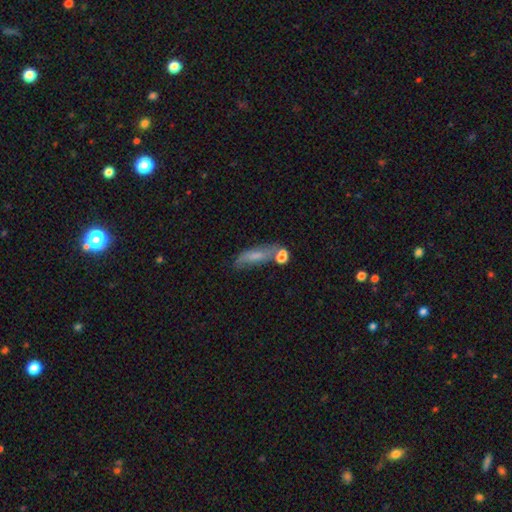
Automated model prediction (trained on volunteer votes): A smooth galaxy with no disk features (58%) that is in between round and cigar-shaped (49%).

Vote fractions:
- Smooth or featured? smooth: 58% / featured or disk: 31% / star or artifact: 11%
- How rounded? in between: 49% / cigar-shaped: 45% / round: 6%
- Merging? none: 46% / minor disturbance: 23% / merger: 19% / major disturbance: 12%